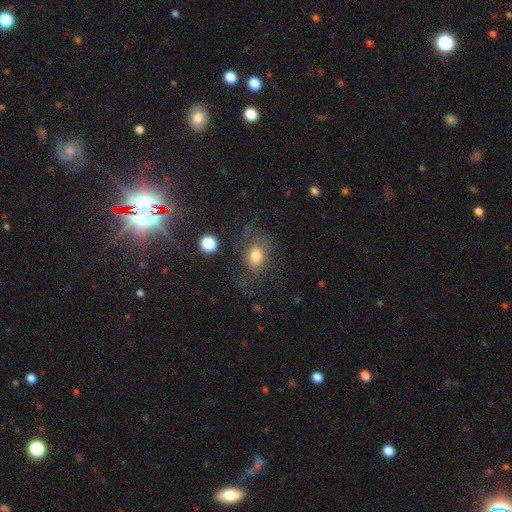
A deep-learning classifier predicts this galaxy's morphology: Smooth or featured? smooth (60%)
How rounded? in between (64%)
Merging? none (50%)